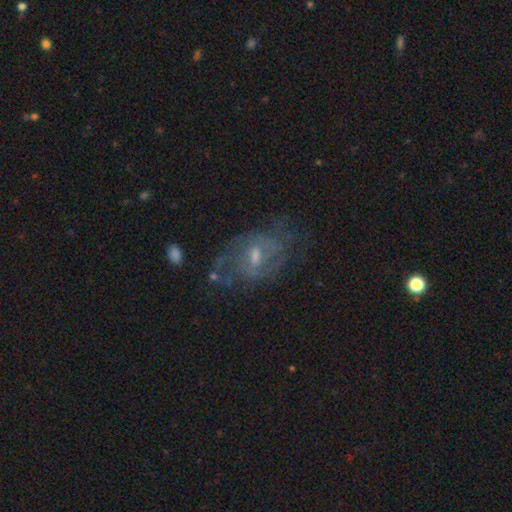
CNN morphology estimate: Smooth or featured? featured or disk (72%)
Edge-on disk? no (95%)
Bar? weak (52%)
Spiral arms? yes (71%)
Bulge size? moderate (50%)
Merging? none (57%)